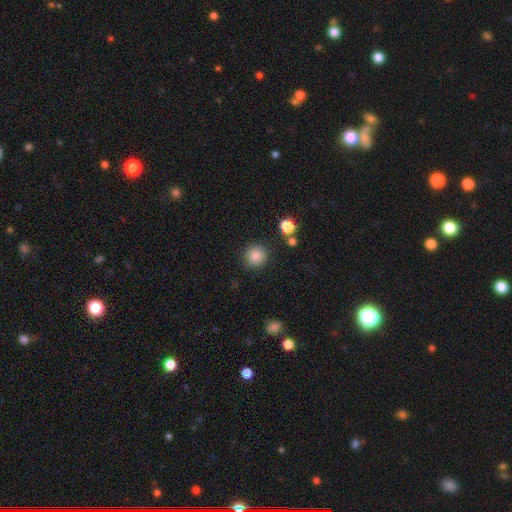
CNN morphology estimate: The model was most divided on "smooth or featured": smooth: 85%, star or artifact: 10%, featured or disk: 4%. More confident: how rounded — round (93%); merging — none (88%).